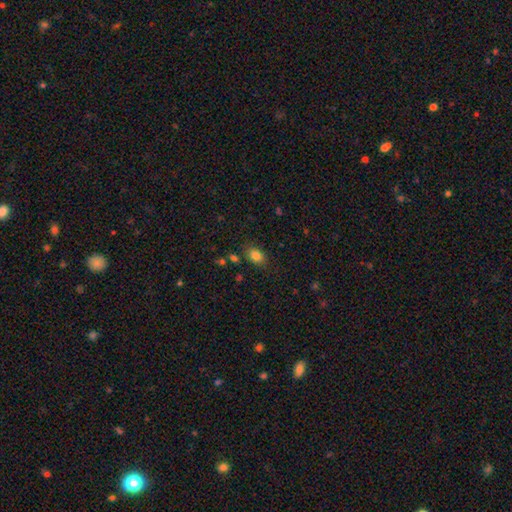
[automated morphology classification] A smooth galaxy with no disk features (82%) that is in between round and cigar-shaped (73%).

Vote fractions:
- Smooth or featured? smooth: 82% / star or artifact: 11% / featured or disk: 7%
- How rounded? in between: 73% / round: 26% / cigar-shaped: 1%
- Merging? none: 81% / minor disturbance: 13% / major disturbance: 4% / merger: 3%